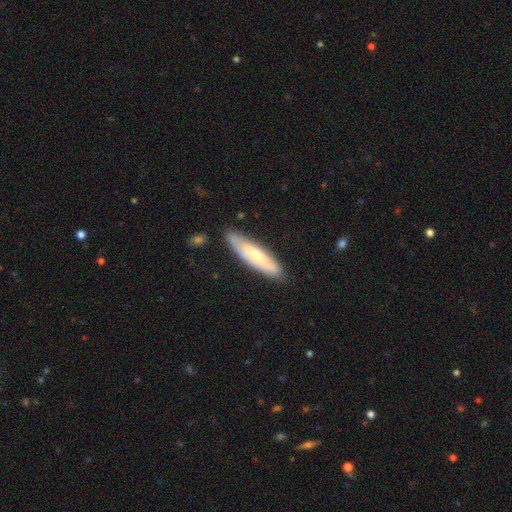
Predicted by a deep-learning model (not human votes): Smooth or featured: smooth — 51% (featured or disk — 43%)
How rounded: cigar-shaped — 71% (in between — 28%)
Merging: none — 81% (minor disturbance — 15%)